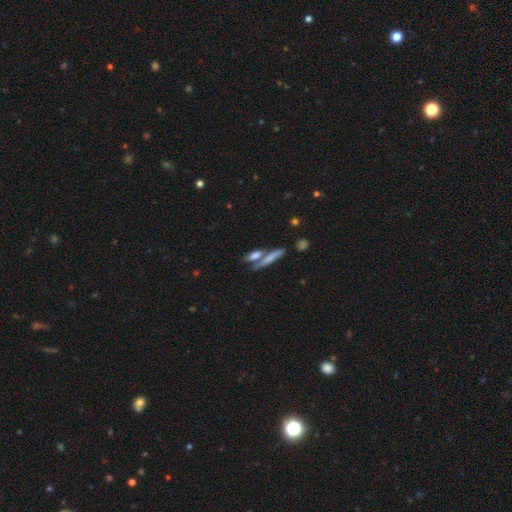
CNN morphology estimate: type=smooth (63%); roundness=cigar-shaped (70%); merging=none (51%).